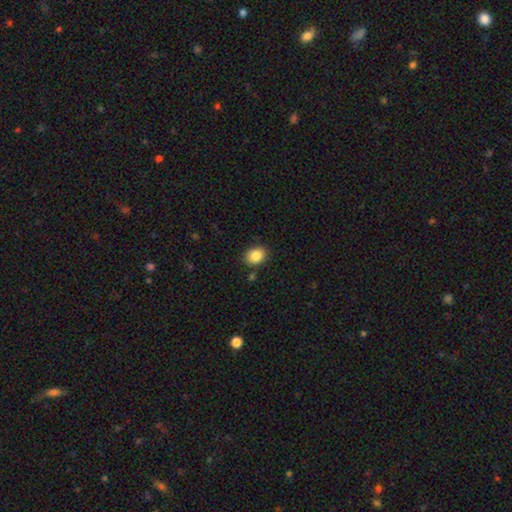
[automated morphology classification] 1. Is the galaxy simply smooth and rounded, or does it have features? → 86% smooth, 9% star or artifact, 5% featured or disk.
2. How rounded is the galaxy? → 58% in between, 41% round, 1% cigar-shaped.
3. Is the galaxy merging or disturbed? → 85% none, 10% minor disturbance, 3% merger, 2% major disturbance.